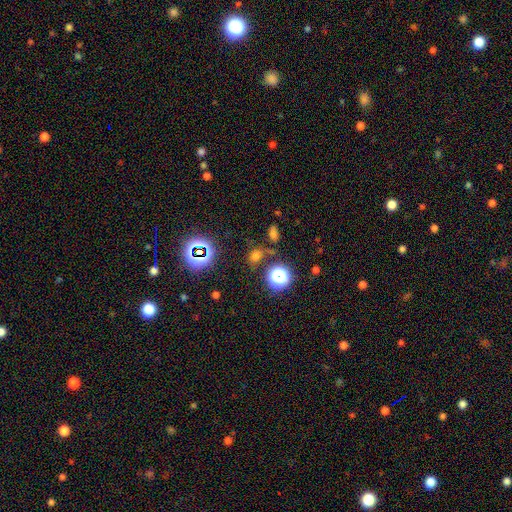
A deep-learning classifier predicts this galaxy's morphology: Smooth or featured? Predicted: smooth (p=0.57). How rounded? Predicted: round (p=0.57). Merging? Predicted: none (p=0.69).